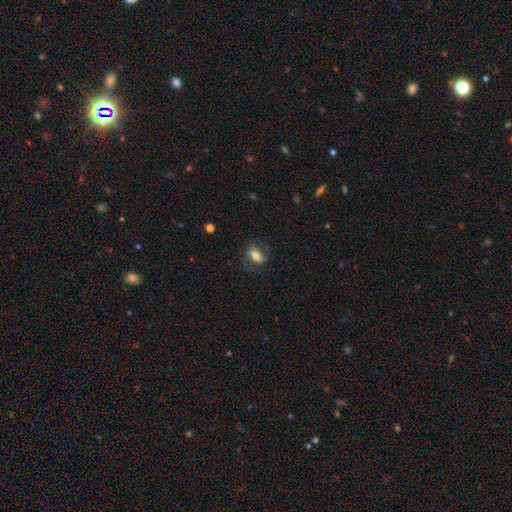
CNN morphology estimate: Smooth or featured: smooth — 66% (featured or disk — 26%)
How rounded: in between — 81% (round — 15%)
Merging: none — 67% (minor disturbance — 19%)